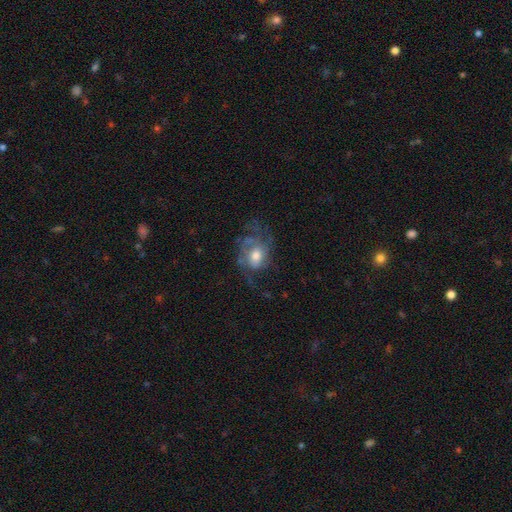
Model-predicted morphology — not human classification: Overall: featured or disk (62%; smooth 29%). Edge-on disk: no (97%). Bar: no (77%). Spiral arms: yes (74%). Bulge size: moderate (61%; large 22%). Merging: none (44%; major disturbance 34%).